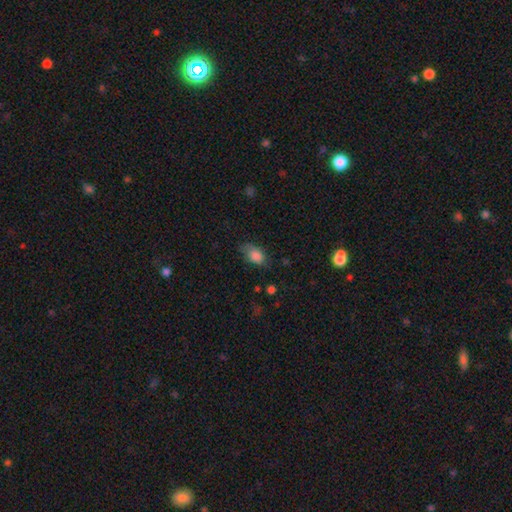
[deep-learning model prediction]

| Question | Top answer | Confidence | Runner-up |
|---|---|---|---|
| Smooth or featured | smooth | 84% | star or artifact (9%) |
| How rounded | in between | 86% | round (12%) |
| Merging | none | 59% | minor disturbance (29%) |